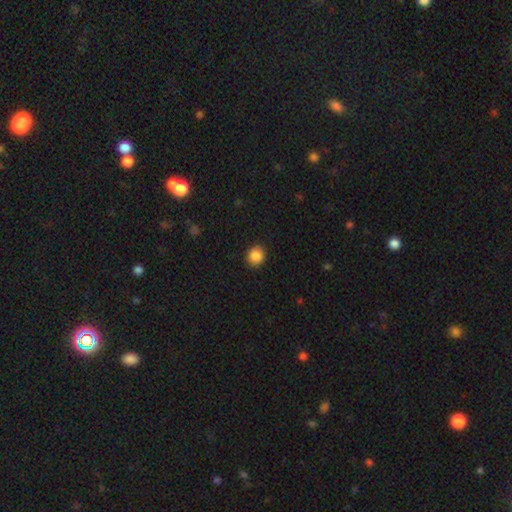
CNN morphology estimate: The model was most divided on "how rounded": round: 84%, in between: 15%, cigar-shaped: 1%. More confident: merging — none (90%); smooth or featured — smooth (87%).